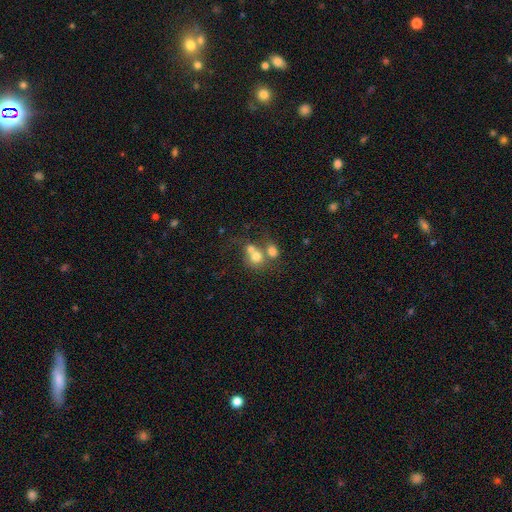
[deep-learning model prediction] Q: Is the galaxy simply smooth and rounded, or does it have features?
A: smooth — 68%.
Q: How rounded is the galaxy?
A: round — 69%.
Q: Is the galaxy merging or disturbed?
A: merger — 61%.